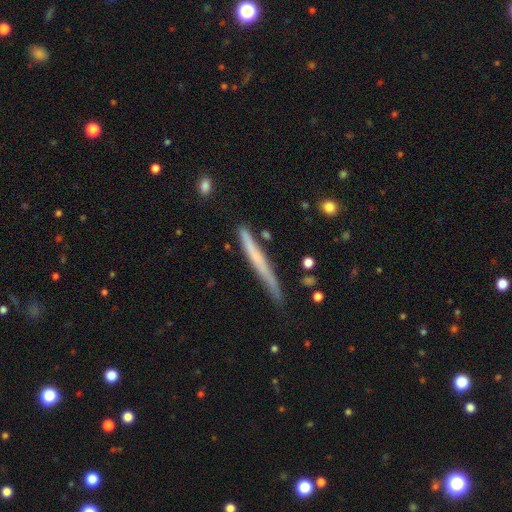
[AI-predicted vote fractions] smooth 51%, featured or disk 42%, star or artifact 7%. Down the decision tree: how rounded — cigar-shaped (97%); merging — none (75%).